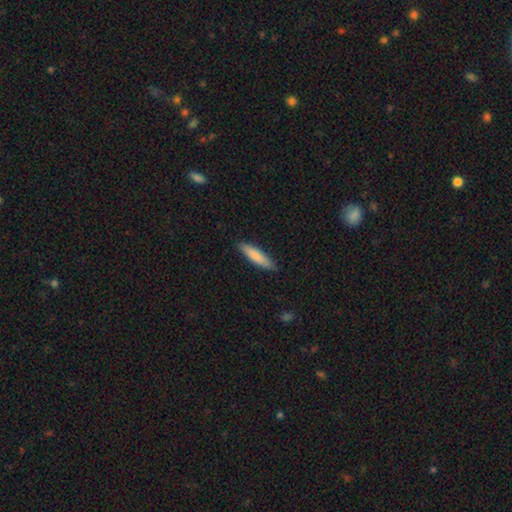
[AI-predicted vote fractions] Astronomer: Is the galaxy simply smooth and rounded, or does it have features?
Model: smooth — 81%.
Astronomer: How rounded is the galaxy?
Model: cigar-shaped — 79%.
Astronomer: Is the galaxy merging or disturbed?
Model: none — 86%.